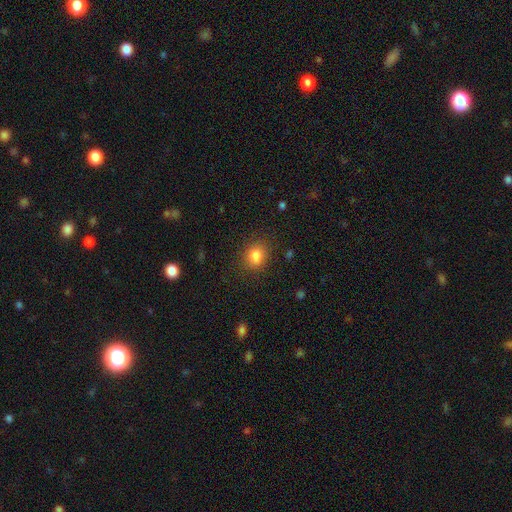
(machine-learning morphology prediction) Q: Smooth or featured?
A: smooth (82%); runner-up: star or artifact (11%)
Q: How rounded?
A: round (56%); runner-up: in between (43%)
Q: Merging?
A: none (82%); runner-up: minor disturbance (12%)